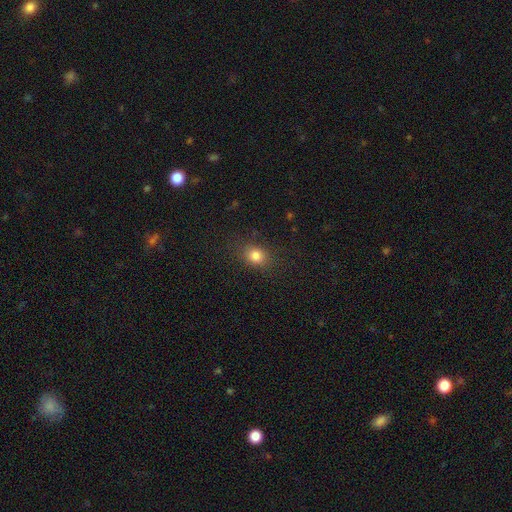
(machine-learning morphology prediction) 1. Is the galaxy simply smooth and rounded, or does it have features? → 82% smooth, 12% star or artifact, 6% featured or disk.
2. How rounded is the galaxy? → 58% round, 41% in between, 1% cigar-shaped.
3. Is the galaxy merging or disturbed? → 82% none, 12% minor disturbance, 4% major disturbance, 1% merger.